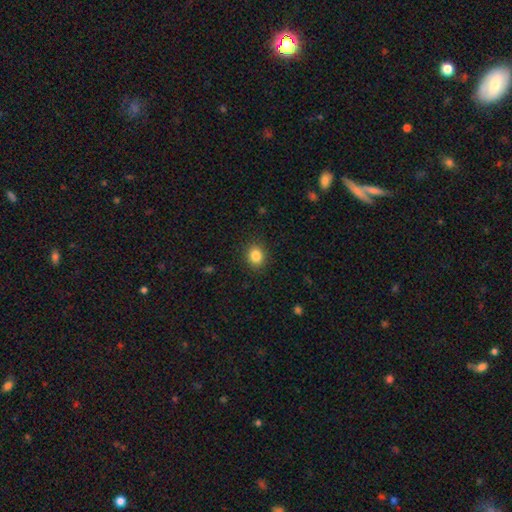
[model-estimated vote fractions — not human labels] A smooth galaxy with no disk features (85%) that is round (62%). Merging: none (89%).